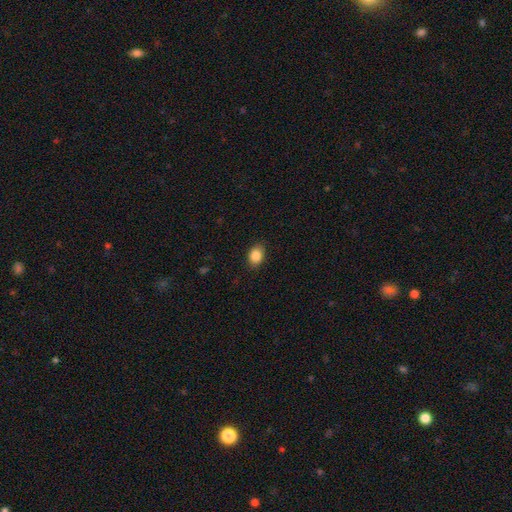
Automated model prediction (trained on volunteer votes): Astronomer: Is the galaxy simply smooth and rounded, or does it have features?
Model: smooth — 86%.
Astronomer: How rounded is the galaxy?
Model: in between — 70%.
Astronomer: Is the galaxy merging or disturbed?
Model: none — 86%.